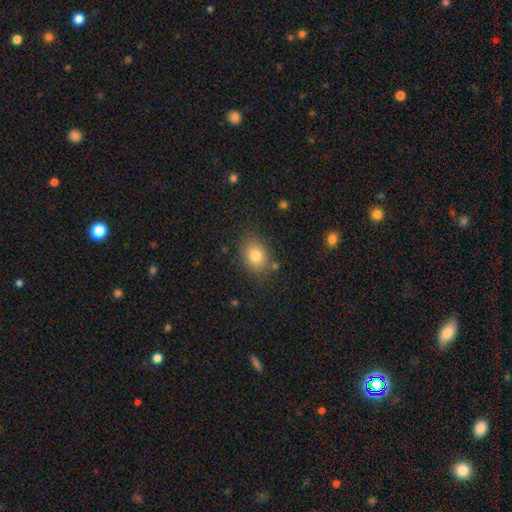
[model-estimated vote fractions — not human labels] A smooth galaxy with no disk features (81%) that is in between round and cigar-shaped (56%).

Vote fractions:
- Smooth or featured? smooth: 81% / star or artifact: 10% / featured or disk: 9%
- How rounded? in between: 56% / round: 43% / cigar-shaped: 1%
- Merging? none: 80% / minor disturbance: 13% / major disturbance: 4% / merger: 3%